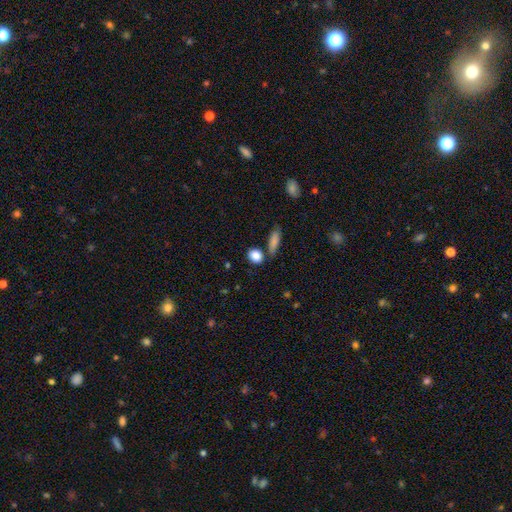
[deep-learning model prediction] smooth 87%, star or artifact 8%, featured or disk 5%. Down the decision tree: how rounded — in between (50%); merging — none (73%).